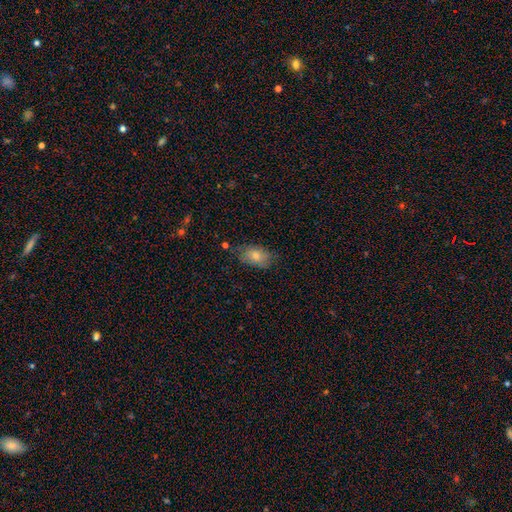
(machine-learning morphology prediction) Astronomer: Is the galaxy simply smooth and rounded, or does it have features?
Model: smooth — 78%.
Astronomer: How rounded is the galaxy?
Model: in between — 89%.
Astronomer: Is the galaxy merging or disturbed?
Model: none — 69%.